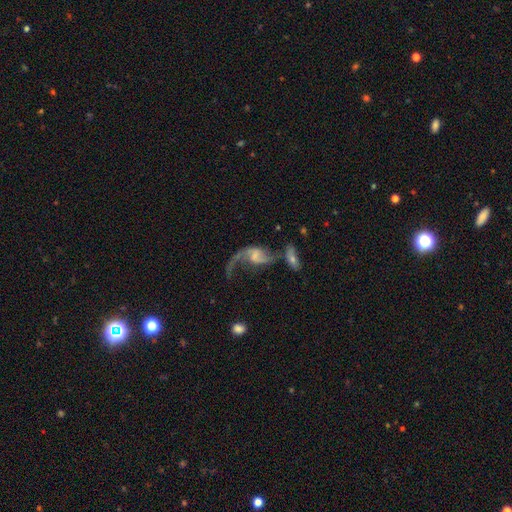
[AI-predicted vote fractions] Overall: featured or disk (84%). Edge-on disk: no (96%). Bar: weak (46%; no 41%). Spiral arms: yes (93%). Spiral arm count: 2 (78%). Spiral winding: loose (86%). Bulge size: none (37%; small 32%). Merging: none (32%; major disturbance 27%).